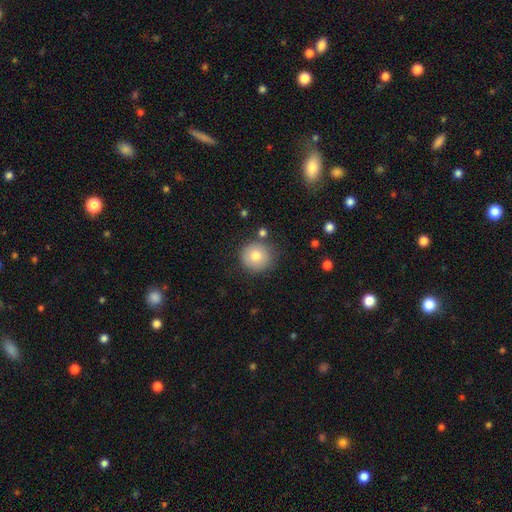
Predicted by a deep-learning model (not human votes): Smooth or featured: smooth — 78% (featured or disk — 12%)
How rounded: round — 94% (in between — 5%)
Merging: none — 81% (minor disturbance — 11%)